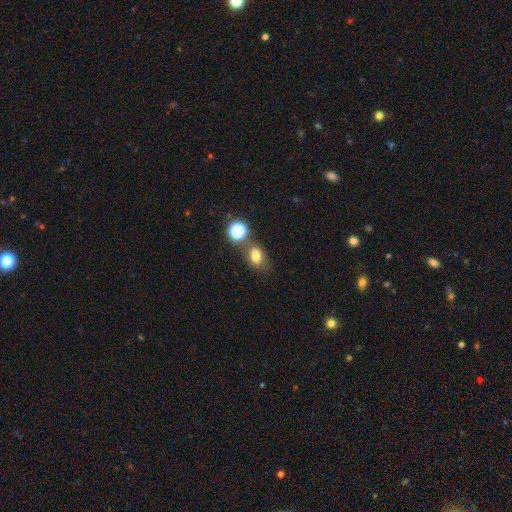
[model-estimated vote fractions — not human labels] Morphology: type=smooth (75%); roundness=in between (65%); merging=none (64%).